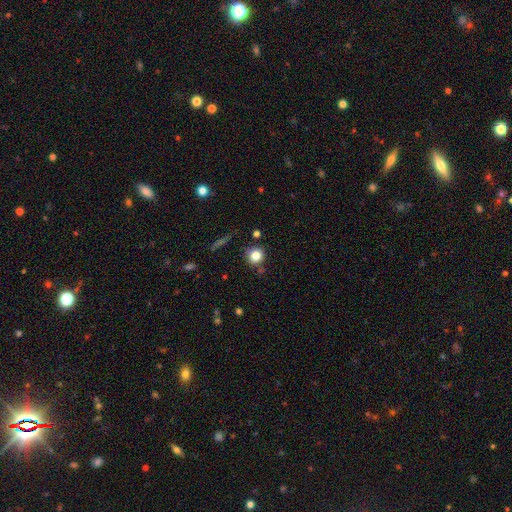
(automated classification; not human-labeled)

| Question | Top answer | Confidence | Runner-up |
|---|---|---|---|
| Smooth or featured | smooth | 81% | star or artifact (11%) |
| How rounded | round | 90% | in between (8%) |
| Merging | none | 82% | minor disturbance (10%) |